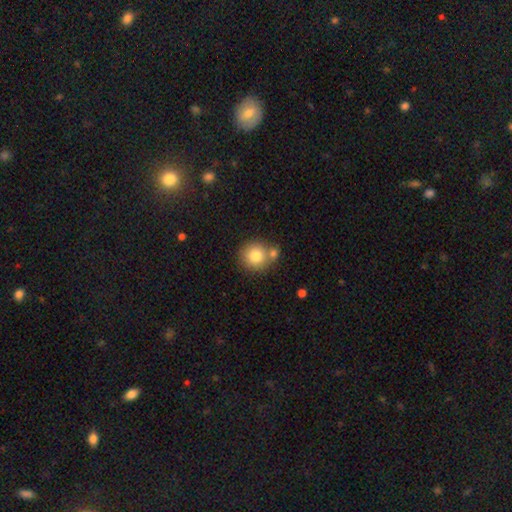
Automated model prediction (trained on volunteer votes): Morphology: type=smooth (80%); roundness=round (91%); merging=none (65%).